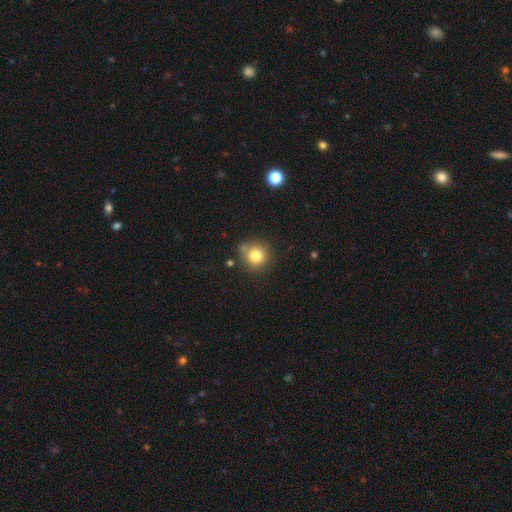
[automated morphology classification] Overall: smooth (80%). How rounded: round (90%). Merging: none (73%).